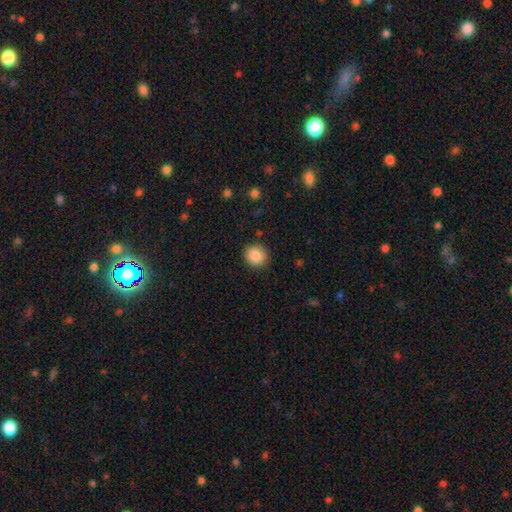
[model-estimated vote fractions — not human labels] This appears to be a smooth galaxy with no disk features (87%) that is round (86%). Merging: none (88%).